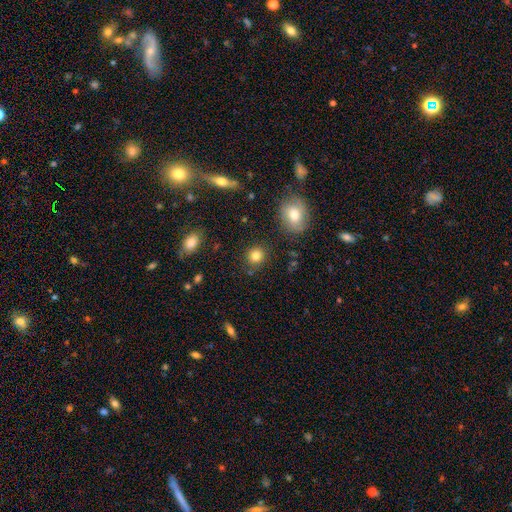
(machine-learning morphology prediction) A smooth galaxy with no disk features (83%) that is round (84%).

Vote fractions:
- Smooth or featured? smooth: 83% / star or artifact: 11% / featured or disk: 6%
- How rounded? round: 84% / in between: 15% / cigar-shaped: 1%
- Merging? none: 86% / minor disturbance: 8% / major disturbance: 3% / merger: 3%